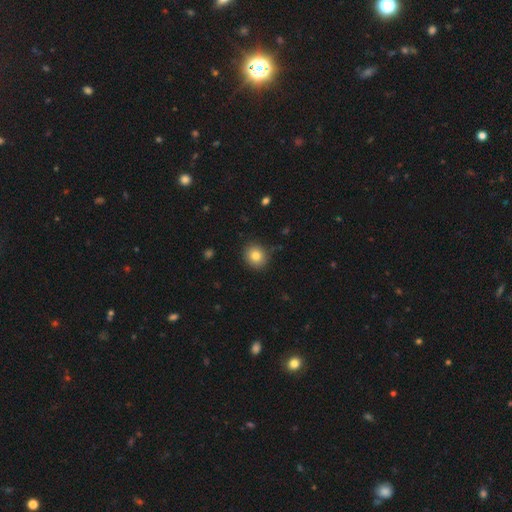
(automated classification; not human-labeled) A smooth galaxy with no disk features (82%) that is round (82%).

Vote fractions:
- Smooth or featured? smooth: 82% / star or artifact: 10% / featured or disk: 8%
- How rounded? round: 82% / in between: 17% / cigar-shaped: 1%
- Merging? none: 87% / minor disturbance: 9% / major disturbance: 2% / merger: 1%